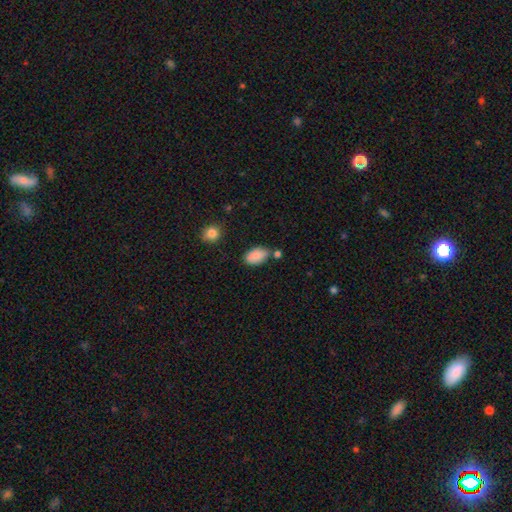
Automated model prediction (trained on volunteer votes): Morphology: type=smooth (85%); roundness=in between (93%); merging=none (66%).